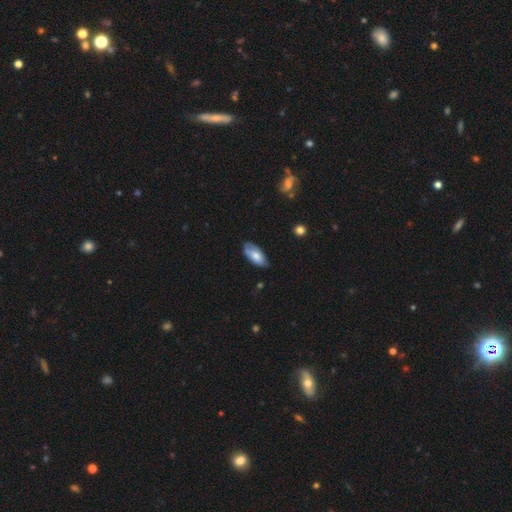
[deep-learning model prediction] Smooth or featured? Predicted: smooth (p=0.68). How rounded? Predicted: in between (p=0.90). Merging? Predicted: none (p=0.69).